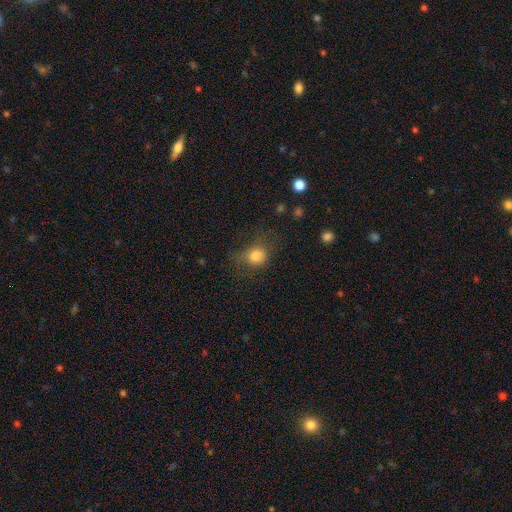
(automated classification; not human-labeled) Smooth or featured: smooth — 79% (star or artifact — 12%)
How rounded: round — 67% (in between — 31%)
Merging: none — 55% (minor disturbance — 25%)